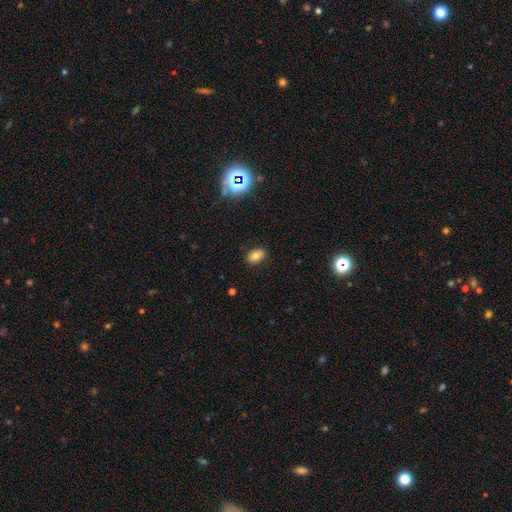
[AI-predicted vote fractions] Smooth or featured?
  - smooth: 77% *
  - star or artifact: 13%
  - featured or disk: 10%
How rounded?
  - in between: 86% *
  - round: 13%
  - cigar-shaped: 2%
Merging?
  - none: 87% *
  - minor disturbance: 10%
  - major disturbance: 2%
  - merger: 1%